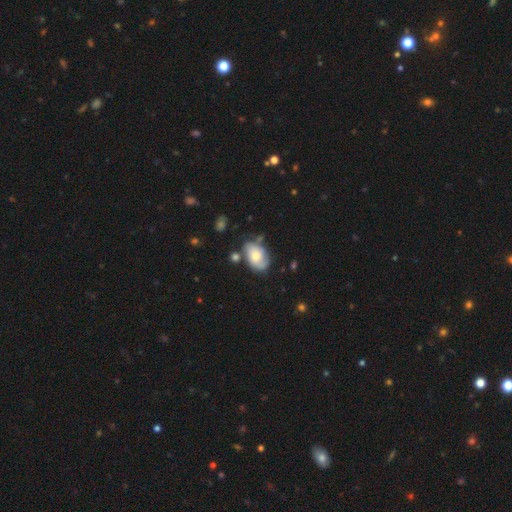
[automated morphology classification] Overall: smooth (47%; featured or disk 45%). Merging: none (56%; minor disturbance 26%).